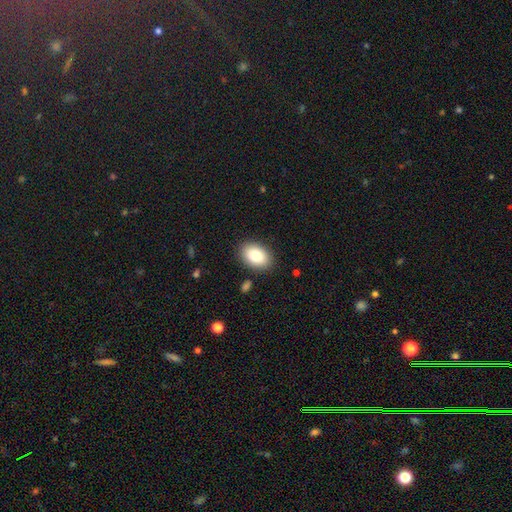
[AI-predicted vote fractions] Overall: smooth (85%). How rounded: in between (88%). Merging: none (87%).